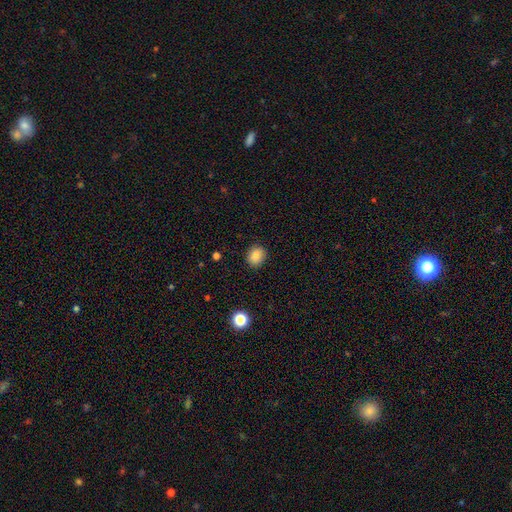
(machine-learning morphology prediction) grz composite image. It shows a smooth galaxy with no disk features (86%) that is round (60%). Merging: none (88%).